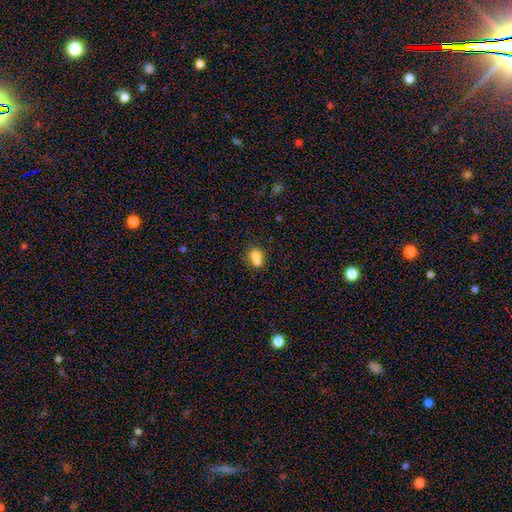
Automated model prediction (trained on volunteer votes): Smooth or featured? smooth (72%)
How rounded? round (51%)
Merging? merger (54%)